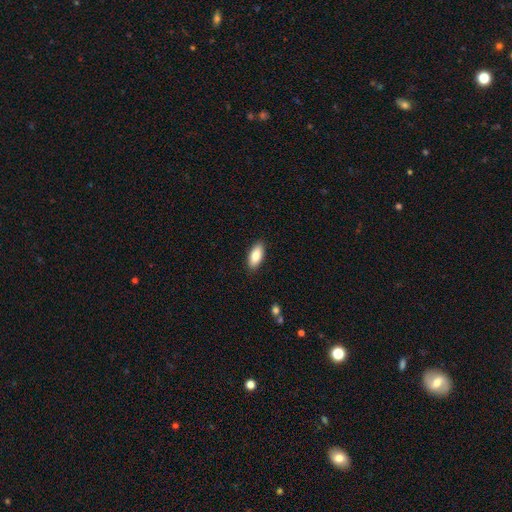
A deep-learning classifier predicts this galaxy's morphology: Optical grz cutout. It shows a smooth galaxy with no disk features (85%) that is in between round and cigar-shaped (88%). Merging: none (89%).